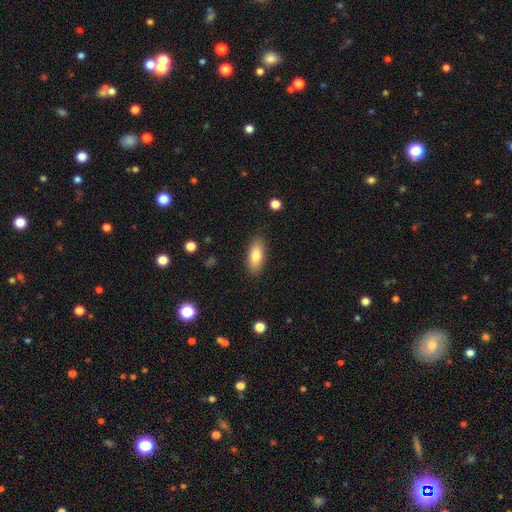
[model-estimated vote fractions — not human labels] A smooth galaxy with no disk features (80%) that is in between round and cigar-shaped (77%). Merging: none (86%).